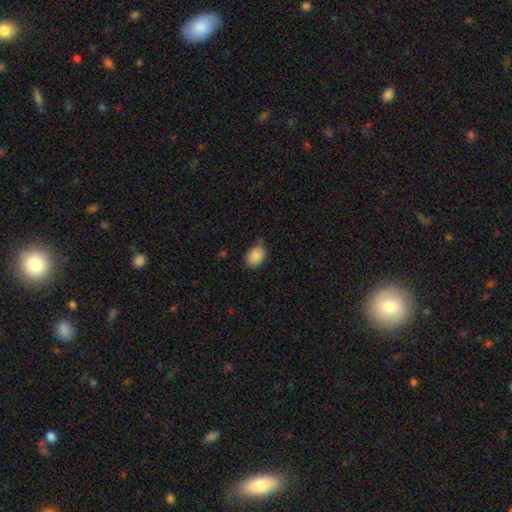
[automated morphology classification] Smooth or featured? Predicted: smooth (p=0.88). How rounded? Predicted: in between (p=0.81). Merging? Predicted: none (p=0.64).